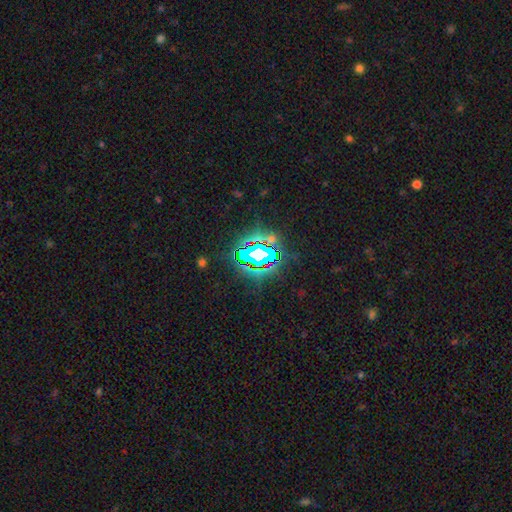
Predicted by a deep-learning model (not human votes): Smooth or featured? star or artifact (76%)